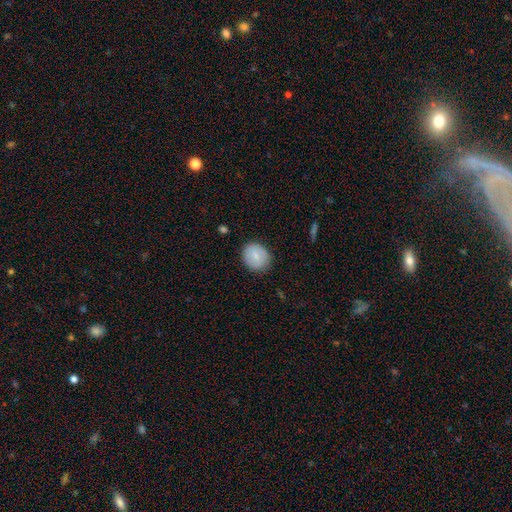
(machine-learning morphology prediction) type=smooth (79%); roundness=round (73%); merging=none (85%).